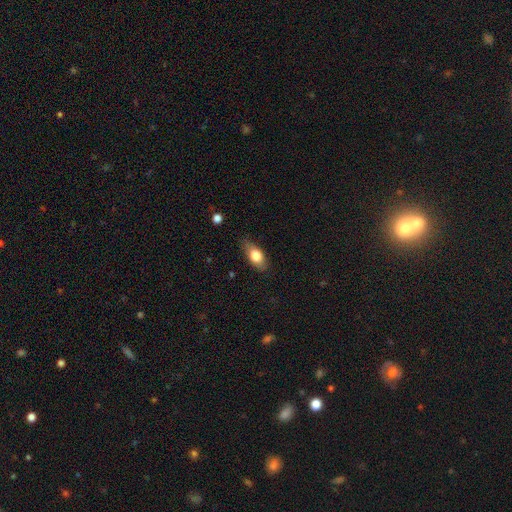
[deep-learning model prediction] The model was most divided on "smooth or featured": smooth: 76%, featured or disk: 17%, star or artifact: 7%. More confident: how rounded — in between (84%); merging — none (77%).